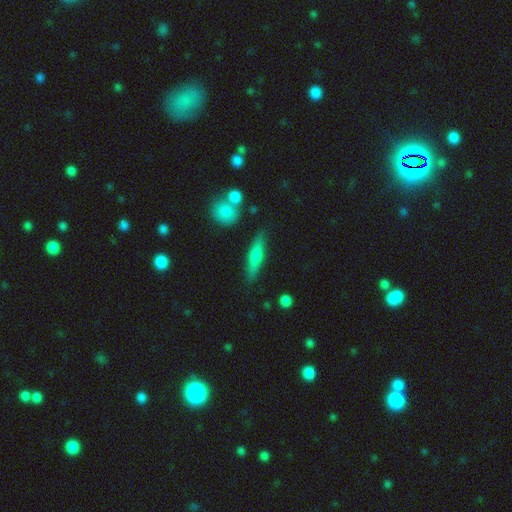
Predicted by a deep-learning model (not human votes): Smooth or featured? Predicted: smooth (p=0.58). How rounded? Predicted: cigar-shaped (p=0.79). Merging? Predicted: none (p=0.83).